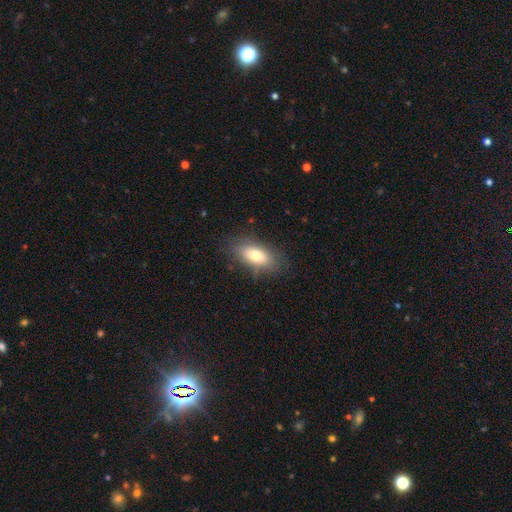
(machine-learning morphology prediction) Smooth or featured?
  - smooth: 76% *
  - featured or disk: 17%
  - star or artifact: 8%
How rounded?
  - in between: 87% *
  - cigar-shaped: 9%
  - round: 4%
Merging?
  - none: 80% *
  - minor disturbance: 14%
  - major disturbance: 5%
  - merger: 1%